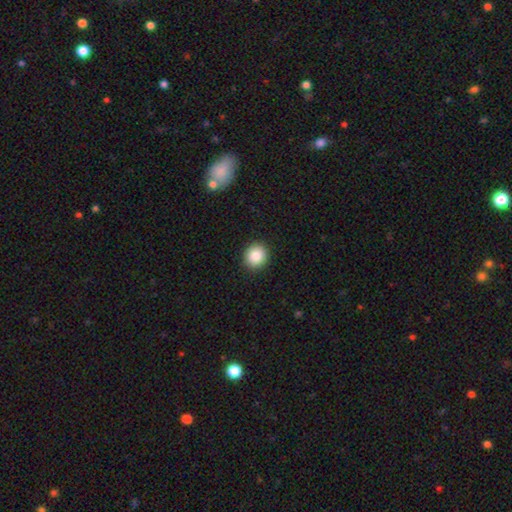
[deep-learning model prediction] Smooth or featured: smooth — 86% (star or artifact — 9%)
How rounded: round — 84% (in between — 15%)
Merging: none — 92% (minor disturbance — 5%)